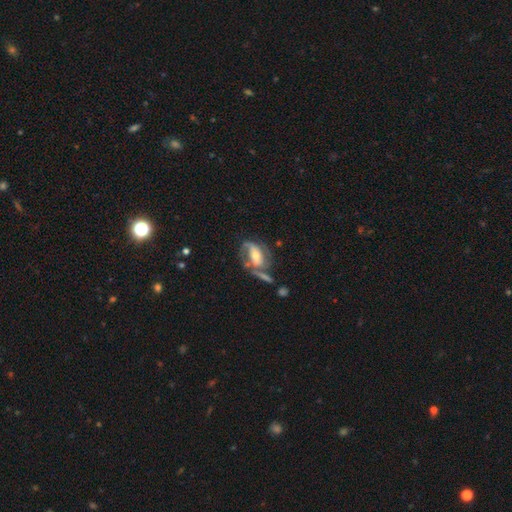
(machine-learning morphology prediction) Smooth or featured?
  - featured or disk: 77% *
  - smooth: 16%
  - star or artifact: 7%
Edge-on disk?
  - no: 94% *
  - yes: 6%
Bar?
  - no: 39% *
  - weak: 34%
  - strong: 26%
Spiral arms?
  - yes: 87% *
  - no: 13%
Spiral winding?
  - medium: 46% *
  - tight: 29%
  - loose: 25%
Spiral arm count?
  - 2: 71% *
  - 1: 14%
  - can't tell: 10%
  - 3: 3%
  - 4: 1%
  - more than 4: 1%
Bulge size?
  - moderate: 58% *
  - small: 33%
  - large: 6%
  - none: 2%
  - dominant: 1%
Merging?
  - none: 42% *
  - minor disturbance: 20%
  - major disturbance: 19%
  - merger: 19%